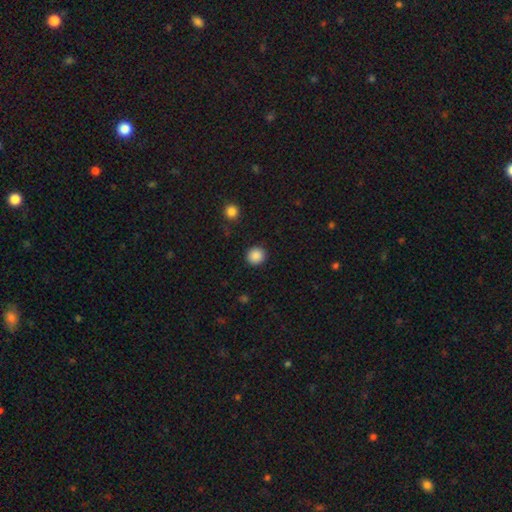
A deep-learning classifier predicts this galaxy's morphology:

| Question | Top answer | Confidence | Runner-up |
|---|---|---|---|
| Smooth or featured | smooth | 88% | star or artifact (9%) |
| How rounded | round | 89% | in between (10%) |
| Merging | none | 91% | minor disturbance (6%) |